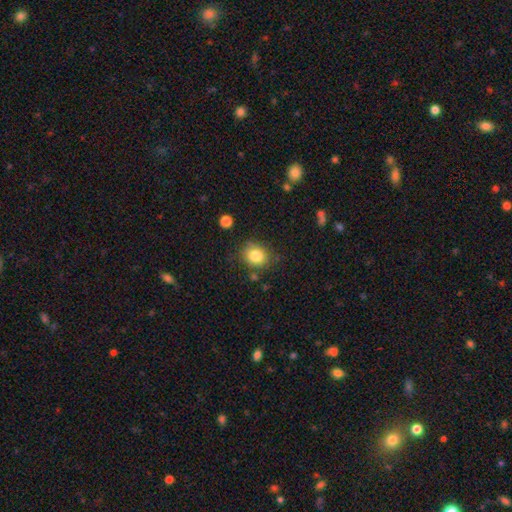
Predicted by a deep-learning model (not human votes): This appears to be a smooth galaxy with no disk features (83%) that is round (68%). Merging: none (78%).